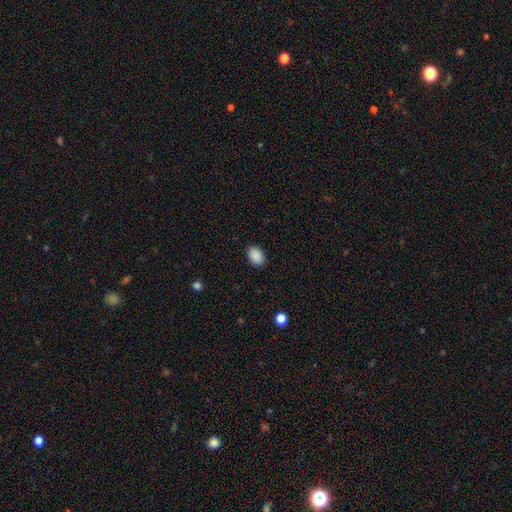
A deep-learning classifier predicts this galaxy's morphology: A smooth galaxy with no disk features (90%) that is in between round and cigar-shaped (83%). Merging: none (89%).